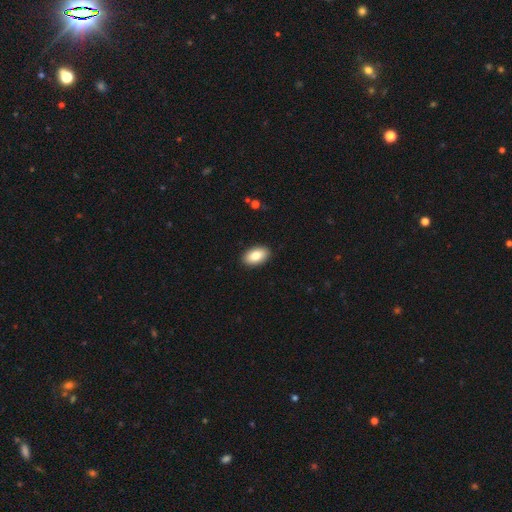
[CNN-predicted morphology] type=smooth (84%); roundness=in between (94%); merging=none (90%).